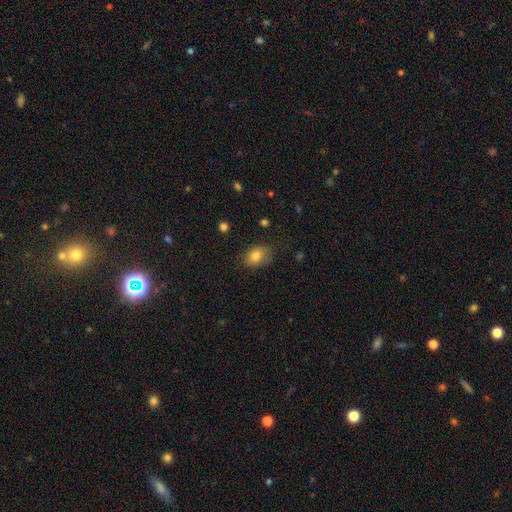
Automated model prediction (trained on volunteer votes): Smooth or featured? smooth (81%)
How rounded? in between (67%)
Merging? none (73%)